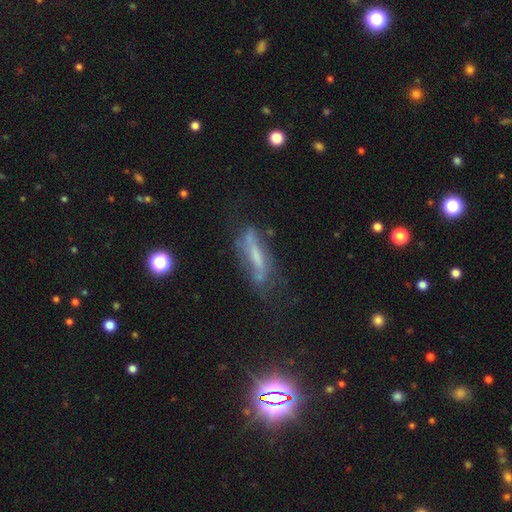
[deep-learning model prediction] This appears to be a featured or disk galaxy (53%). Merging: none (51%).